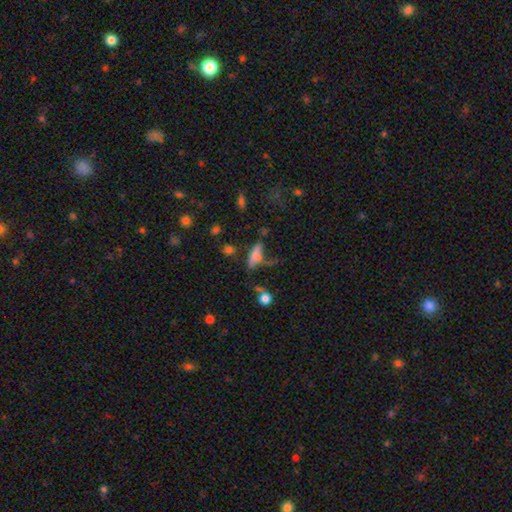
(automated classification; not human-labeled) smooth_or_featured: smooth (p=0.64) [alt: featured or disk p=0.21]
how_rounded: in between (p=0.49) [alt: cigar-shaped p=0.45]
merging: none (p=0.39) [alt: minor disturbance p=0.21]